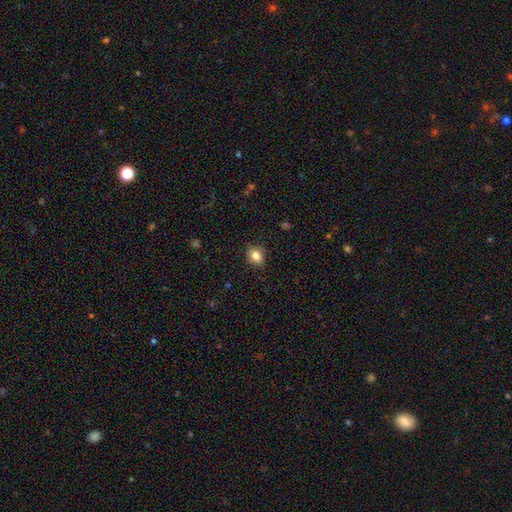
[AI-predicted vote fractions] Q: Smooth or featured?
A: smooth (84%); runner-up: star or artifact (10%)
Q: How rounded?
A: in between (55%); runner-up: round (43%)
Q: Merging?
A: none (84%); runner-up: minor disturbance (13%)